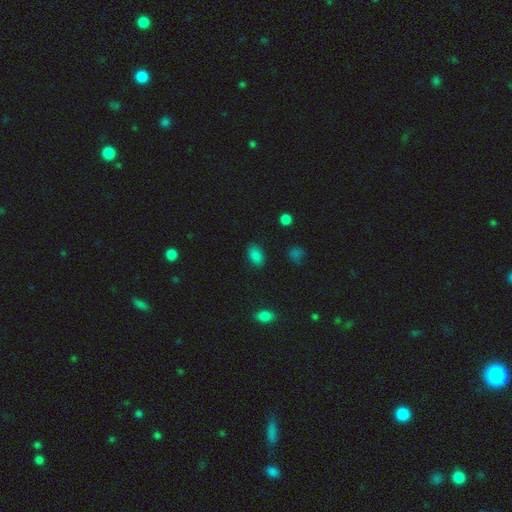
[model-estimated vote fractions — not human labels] Smooth or featured?
  - smooth: 84% *
  - star or artifact: 12%
  - featured or disk: 4%
How rounded?
  - in between: 90% *
  - round: 8%
  - cigar-shaped: 2%
Merging?
  - none: 86% *
  - minor disturbance: 10%
  - major disturbance: 3%
  - merger: 2%